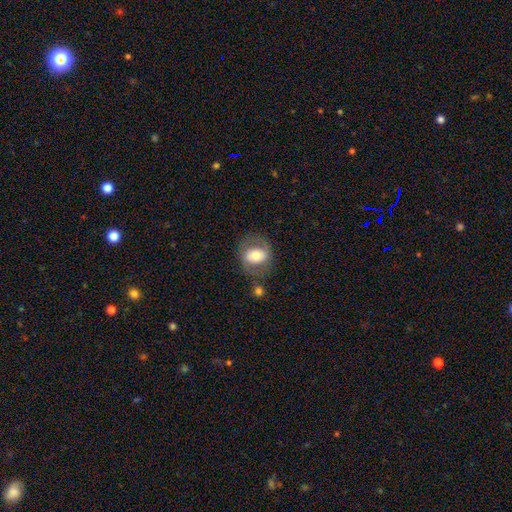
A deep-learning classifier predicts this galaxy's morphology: Smooth or featured?
  - smooth: 56% *
  - featured or disk: 36%
  - star or artifact: 8%
How rounded?
  - round: 55% *
  - in between: 44%
  - cigar-shaped: 1%
Merging?
  - none: 66% *
  - minor disturbance: 17%
  - major disturbance: 11%
  - merger: 6%